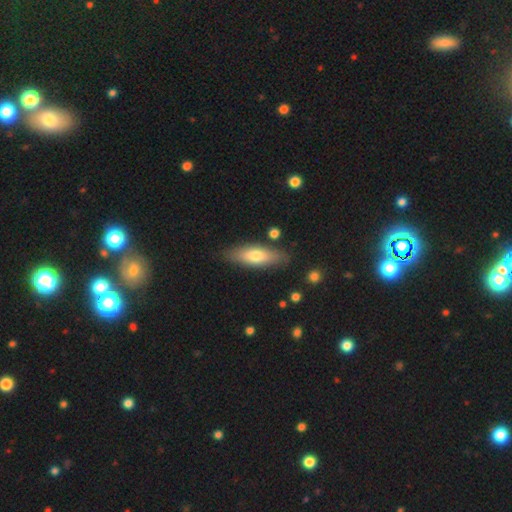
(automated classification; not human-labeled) Smooth or featured? smooth (66%)
How rounded? in between (54%)
Merging? none (83%)